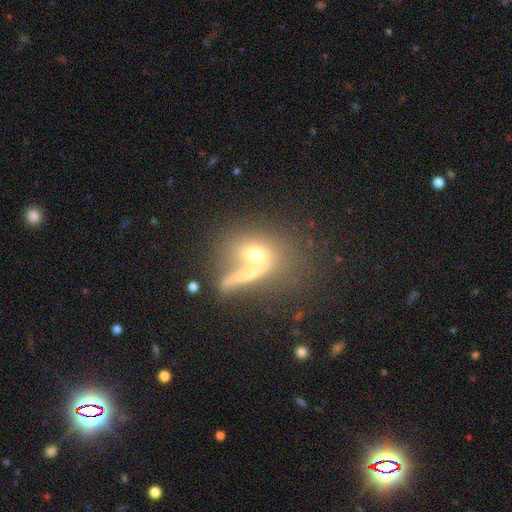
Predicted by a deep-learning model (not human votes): This appears to be a smooth galaxy with no disk features (56%) that is in between round and cigar-shaped (46%). Merging: merger (54%).